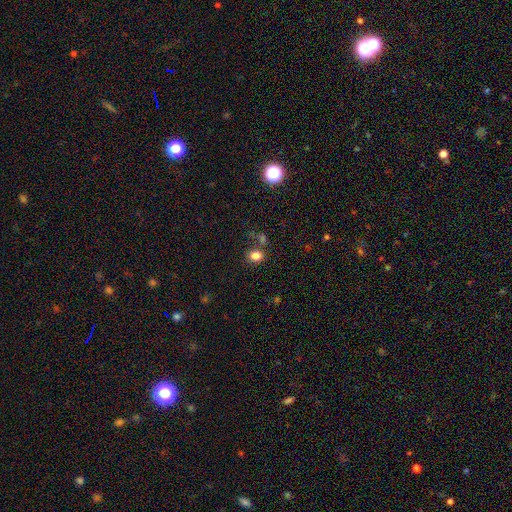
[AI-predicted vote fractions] Overall: smooth (83%). How rounded: in between (61%; round 37%). Merging: none (70%).